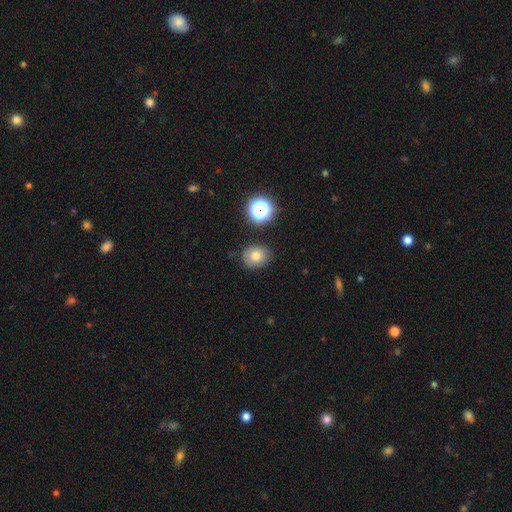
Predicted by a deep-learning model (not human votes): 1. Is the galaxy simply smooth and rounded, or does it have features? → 74% smooth, 14% star or artifact, 12% featured or disk.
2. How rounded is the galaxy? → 65% round, 34% in between, 1% cigar-shaped.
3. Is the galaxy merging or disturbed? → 82% none, 12% minor disturbance, 3% major disturbance, 3% merger.